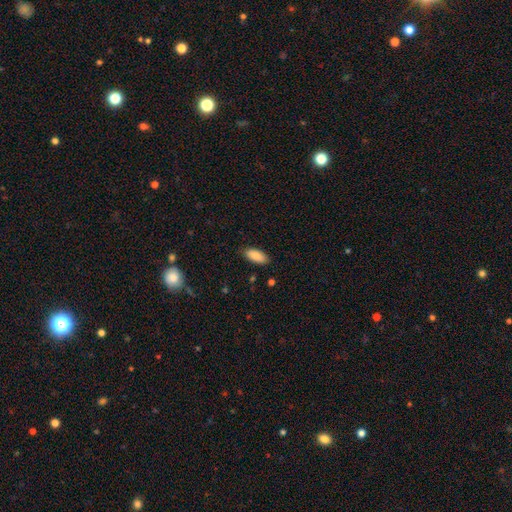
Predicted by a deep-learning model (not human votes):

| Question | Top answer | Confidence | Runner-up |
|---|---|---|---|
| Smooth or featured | smooth | 88% | star or artifact (6%) |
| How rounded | in between | 88% | cigar-shaped (10%) |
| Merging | none | 86% | minor disturbance (10%) |